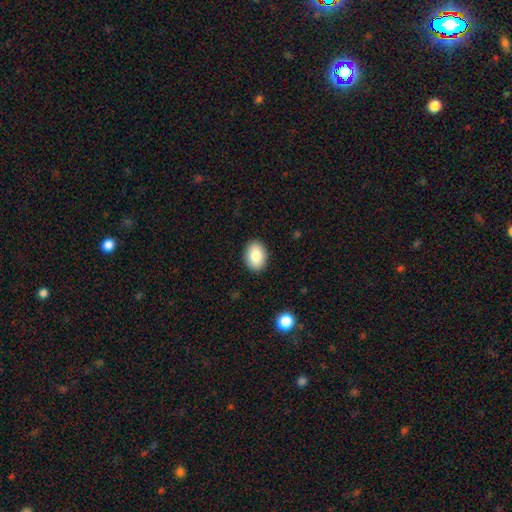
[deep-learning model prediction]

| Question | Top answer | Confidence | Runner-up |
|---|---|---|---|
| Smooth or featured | smooth | 85% | featured or disk (8%) |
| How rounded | in between | 79% | round (20%) |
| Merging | none | 90% | minor disturbance (7%) |